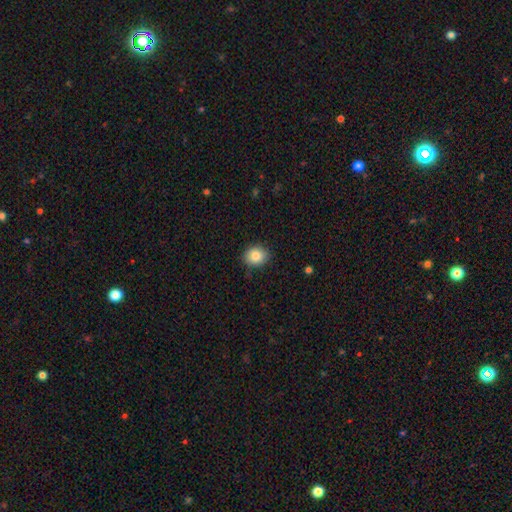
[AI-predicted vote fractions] smooth 85%, star or artifact 9%, featured or disk 6%. Down the decision tree: how rounded — round (60%); merging — none (86%).